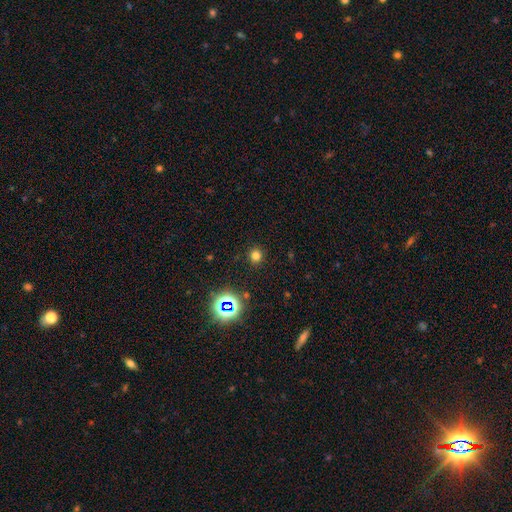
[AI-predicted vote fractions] Morphology: type=smooth (72%); roundness=round (91%); merging=none (90%).